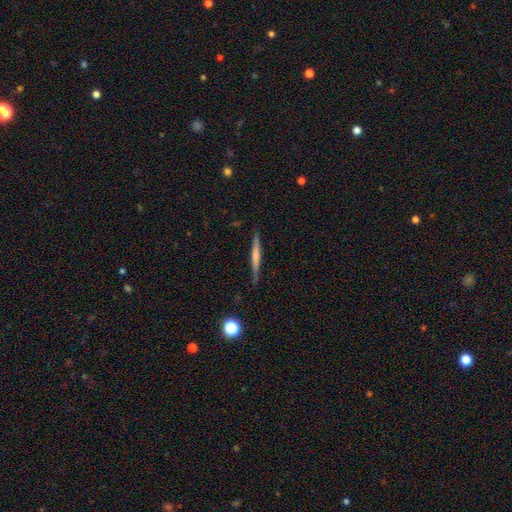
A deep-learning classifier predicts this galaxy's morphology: A smooth galaxy with no disk features (47%, tied with featured or disk).

Vote fractions:
- Smooth or featured? smooth: 47% (tied) / featured or disk: 47% (tied) / star or artifact: 6%
- Merging? none: 87% / minor disturbance: 10% / major disturbance: 2% / merger: 1%